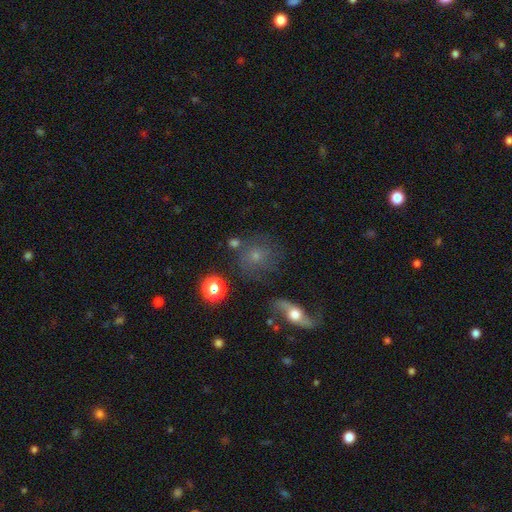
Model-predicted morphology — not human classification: Smooth or featured?
  - smooth: 49% *
  - featured or disk: 33%
  - star or artifact: 19%
Merging?
  - none: 68% *
  - minor disturbance: 15%
  - major disturbance: 9%
  - merger: 8%